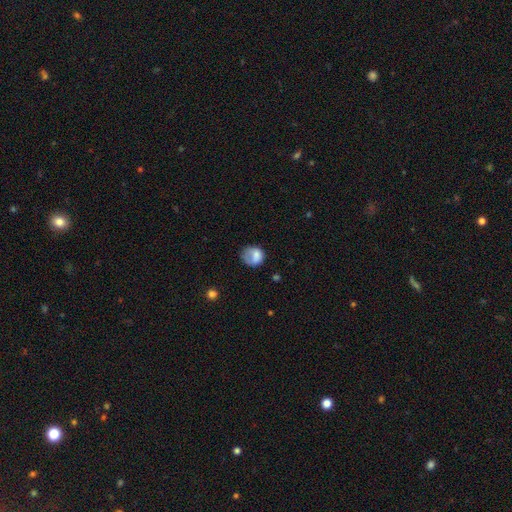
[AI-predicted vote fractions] smooth-or-featured: smooth: 74% | featured or disk: 17% | star or artifact: 9%
  how-rounded: round: 68% | in between: 31% | cigar-shaped: 1%
  merging: none: 43% | minor disturbance: 29% | major disturbance: 25% | merger: 3%